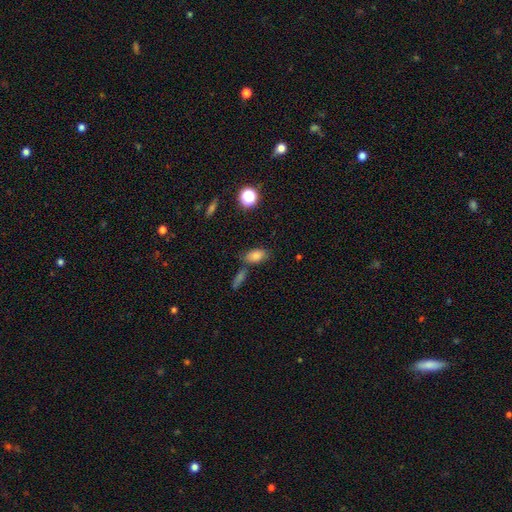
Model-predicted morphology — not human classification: This appears to be a smooth galaxy with no disk features (81%) that is in between round and cigar-shaped (88%). Merging: none (66%).